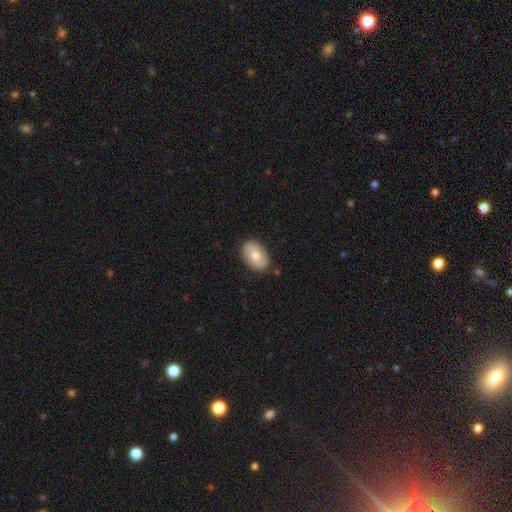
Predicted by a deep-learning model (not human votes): smooth_or_featured: smooth (p=0.69) [alt: featured or disk p=0.25]
how_rounded: in between (p=0.88) [alt: round p=0.10]
merging: none (p=0.85) [alt: minor disturbance p=0.11]